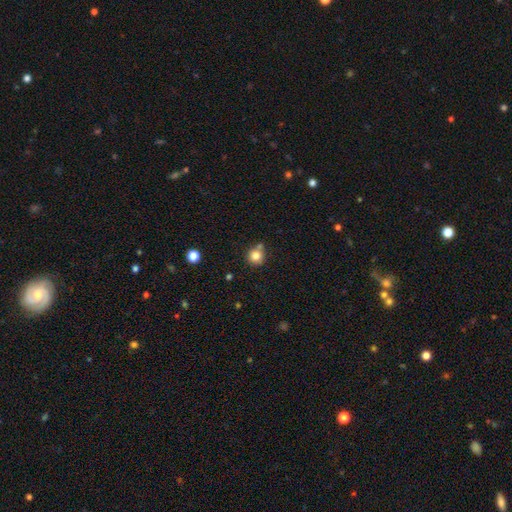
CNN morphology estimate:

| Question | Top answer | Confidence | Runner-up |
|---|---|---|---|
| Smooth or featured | smooth | 82% | star or artifact (11%) |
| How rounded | round | 92% | in between (7%) |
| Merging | none | 70% | merger (16%) |